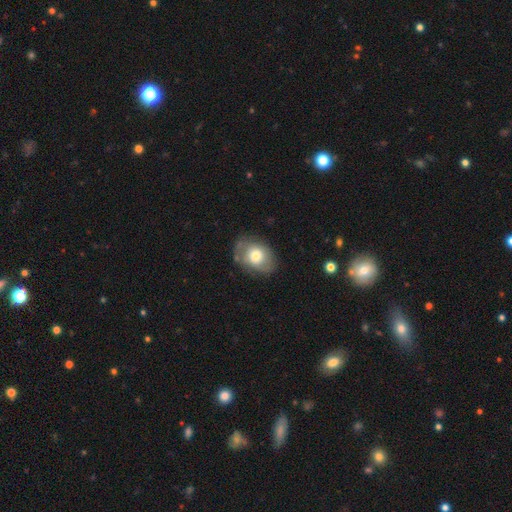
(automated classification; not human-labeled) smooth-or-featured: smooth: 62% | featured or disk: 31% | star or artifact: 7%
  how-rounded: in between: 65% | round: 34% | cigar-shaped: 1%
  merging: none: 69% | minor disturbance: 21% | major disturbance: 7% | merger: 2%